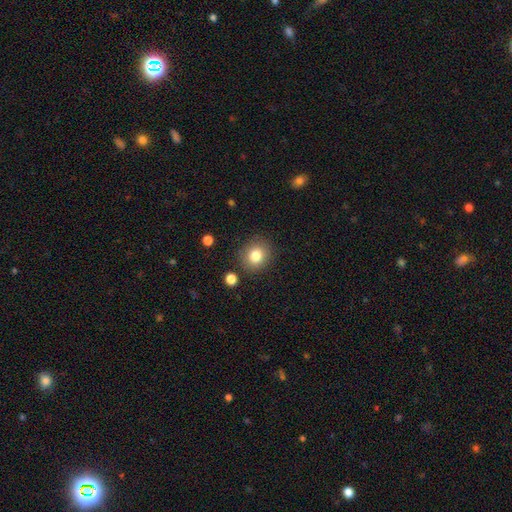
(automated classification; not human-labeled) Overall: smooth (81%). How rounded: round (78%). Merging: none (85%).